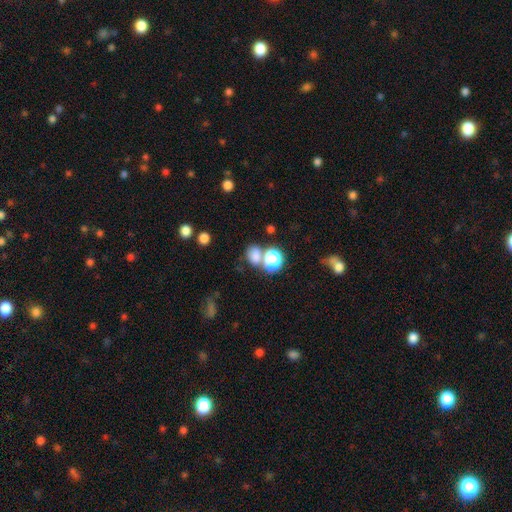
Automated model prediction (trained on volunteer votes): Smooth or featured? smooth (72%)
How rounded? round (59%)
Merging? none (55%)